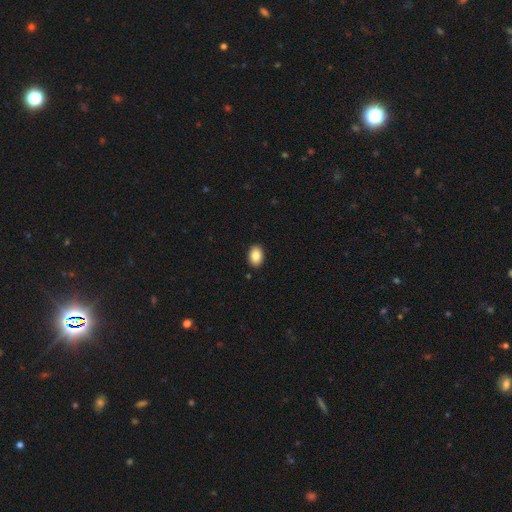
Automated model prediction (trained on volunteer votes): Smooth or featured: smooth — 87% (star or artifact — 7%)
How rounded: in between — 81% (round — 18%)
Merging: none — 90% (minor disturbance — 7%)